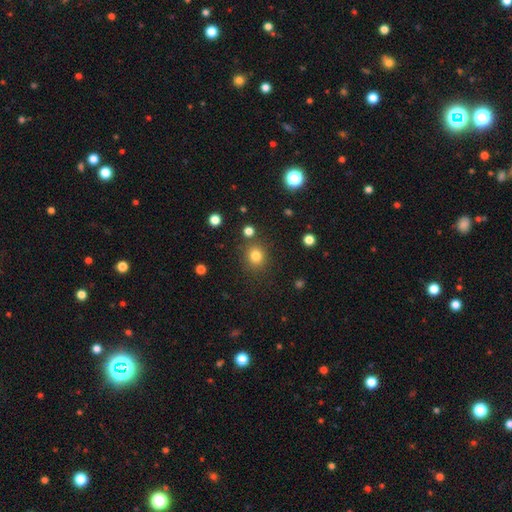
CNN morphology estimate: This appears to be a smooth galaxy with no disk features (80%) that is round (85%). Merging: none (83%).